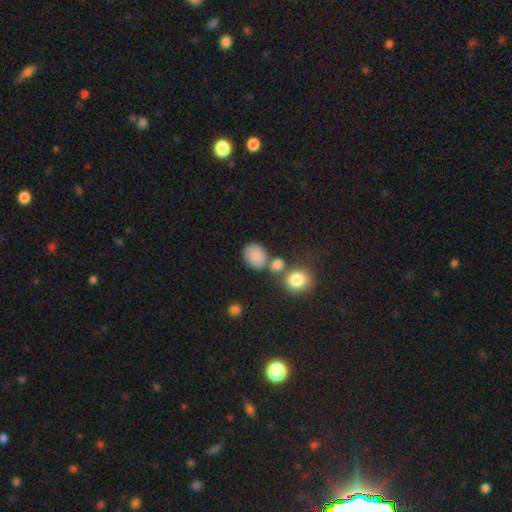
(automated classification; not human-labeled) Overall: smooth (84%). How rounded: in between (52%; round 46%). Merging: none (63%).